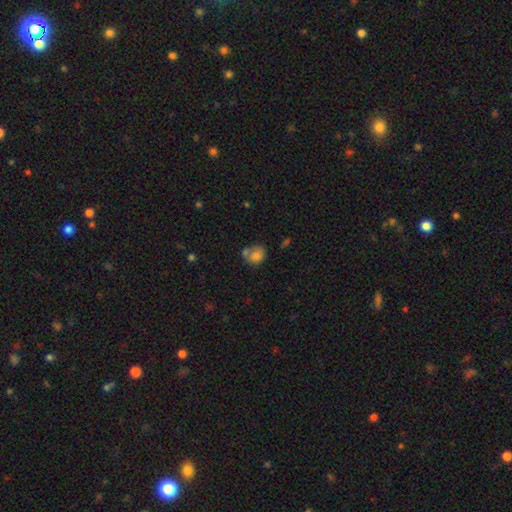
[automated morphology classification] A smooth galaxy with no disk features (78%) that is round (59%).

Vote fractions:
- Smooth or featured? smooth: 78% / featured or disk: 12% / star or artifact: 10%
- How rounded? round: 59% / in between: 40% / cigar-shaped: 1%
- Merging? none: 41% / merger: 32% / minor disturbance: 19% / major disturbance: 8%